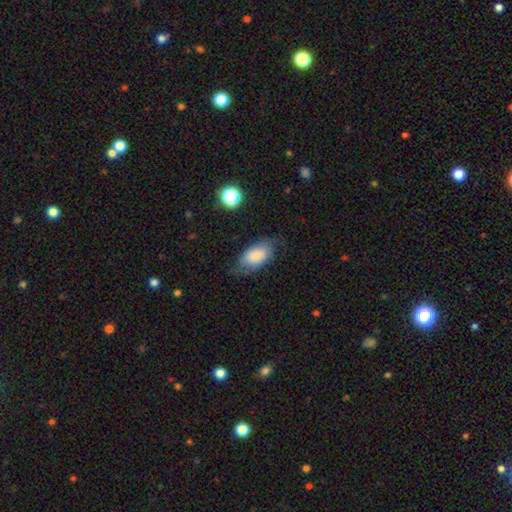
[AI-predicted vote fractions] Q: Smooth or featured?
A: smooth (71%); runner-up: featured or disk (21%)
Q: How rounded?
A: in between (92%); runner-up: round (5%)
Q: Merging?
A: none (63%); runner-up: minor disturbance (24%)